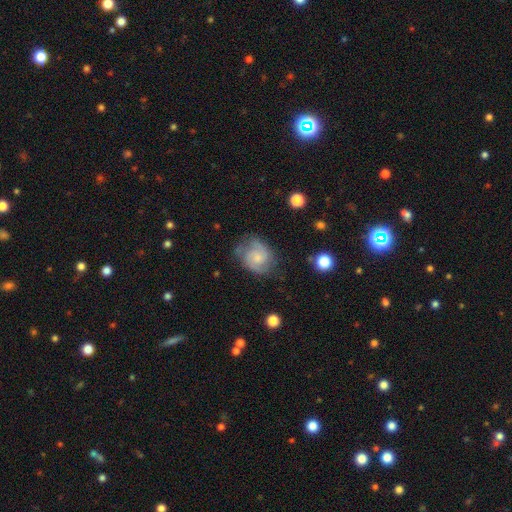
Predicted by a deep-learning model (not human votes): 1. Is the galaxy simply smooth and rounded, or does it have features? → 67% featured or disk, 26% smooth, 8% star or artifact.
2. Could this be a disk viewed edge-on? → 98% no, 2% yes.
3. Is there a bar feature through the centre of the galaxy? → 62% no, 33% weak, 4% strong.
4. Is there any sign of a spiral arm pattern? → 93% yes, 7% no.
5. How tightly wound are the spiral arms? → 47% medium, 39% tight, 15% loose.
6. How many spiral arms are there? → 75% 2, 12% can't tell, 7% 3, 3% 1, 2% 4, 2% more than 4.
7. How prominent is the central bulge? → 47% small, 27% moderate, 20% none, 4% large, 1% dominant.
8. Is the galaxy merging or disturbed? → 64% none, 23% minor disturbance, 10% major disturbance, 2% merger.